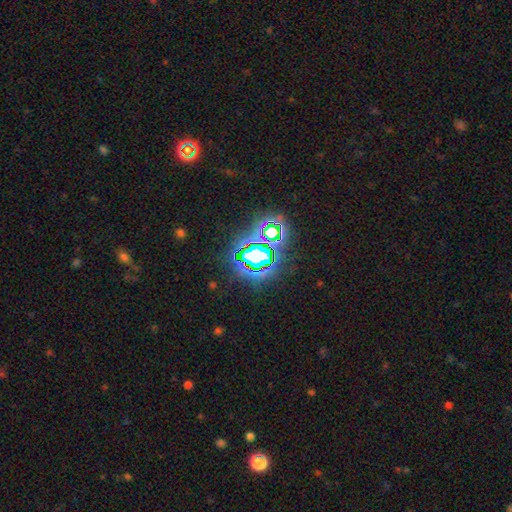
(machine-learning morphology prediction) star or artifact 76%, smooth 13%, featured or disk 11%.